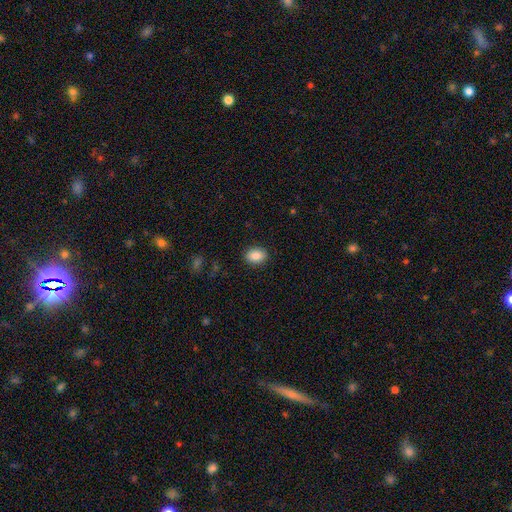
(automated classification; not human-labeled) A smooth galaxy with no disk features (88%) that is in between round and cigar-shaped (73%).

Vote fractions:
- Smooth or featured? smooth: 88% / star or artifact: 8% / featured or disk: 4%
- How rounded? in between: 73% / round: 26% / cigar-shaped: 1%
- Merging? none: 89% / minor disturbance: 8% / major disturbance: 2% / merger: 1%